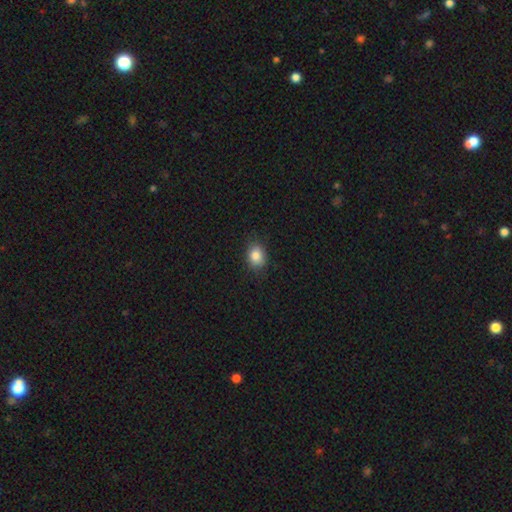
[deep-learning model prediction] Smooth or featured?
  - smooth: 84% *
  - star or artifact: 10%
  - featured or disk: 6%
How rounded?
  - in between: 60% *
  - round: 39%
  - cigar-shaped: 1%
Merging?
  - none: 83% *
  - minor disturbance: 13%
  - major disturbance: 3%
  - merger: 1%